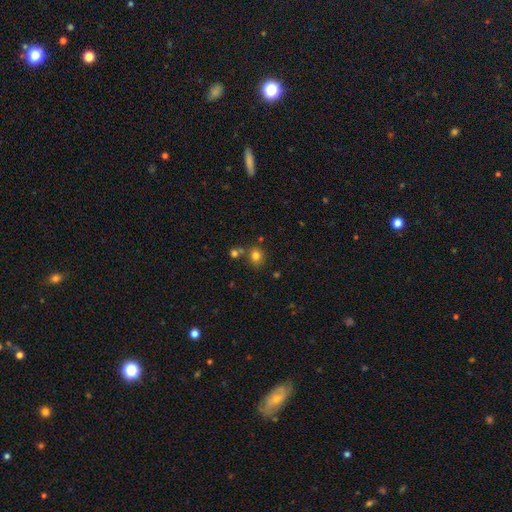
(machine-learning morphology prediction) smooth-or-featured: smooth: 78% | star or artifact: 15% | featured or disk: 7%
  how-rounded: round: 78% | in between: 21% | cigar-shaped: 1%
  merging: none: 70% | merger: 16% | minor disturbance: 10% | major disturbance: 4%